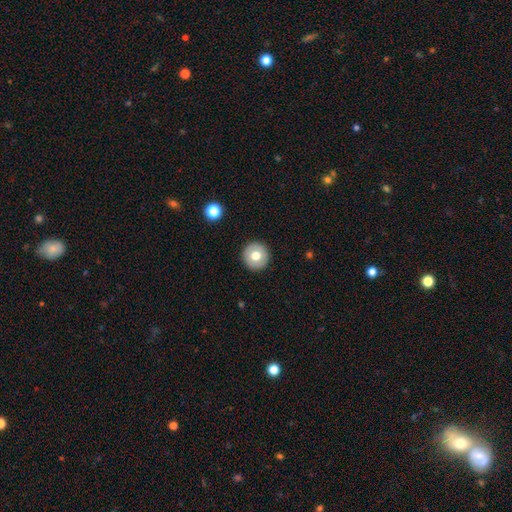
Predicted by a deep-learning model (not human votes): Smooth or featured: smooth — 71% (featured or disk — 21%)
How rounded: round — 96% (in between — 3%)
Merging: none — 92% (minor disturbance — 5%)